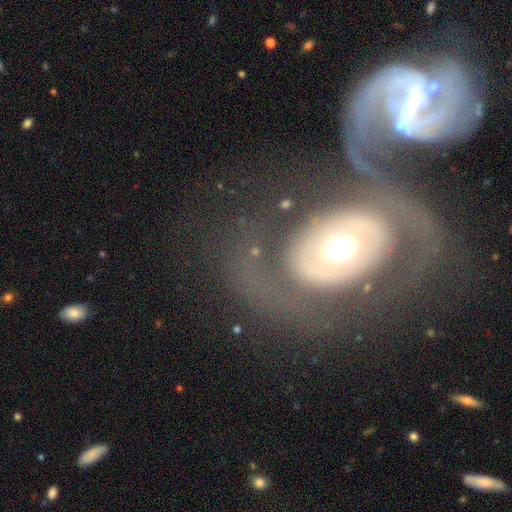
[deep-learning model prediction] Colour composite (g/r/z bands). It shows a featured or disk galaxy (74%) with no bar (75%), spiral arms (59%) and a moderate central bulge (59%). Merging: none (56%).